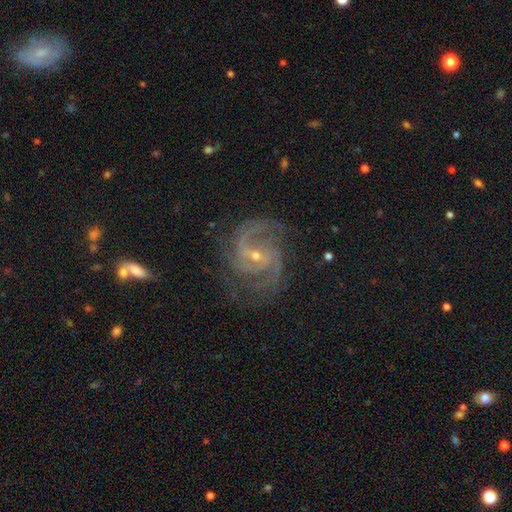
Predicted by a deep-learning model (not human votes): featured or disk 91%, star or artifact 6%, smooth 3%. Down the decision tree: edge-on disk — no (98%); bar — weak (47%); spiral arms — yes (98%); spiral arm count — 2 (47%); spiral winding — medium (53%); bulge size — small (70%); merging — none (72%).